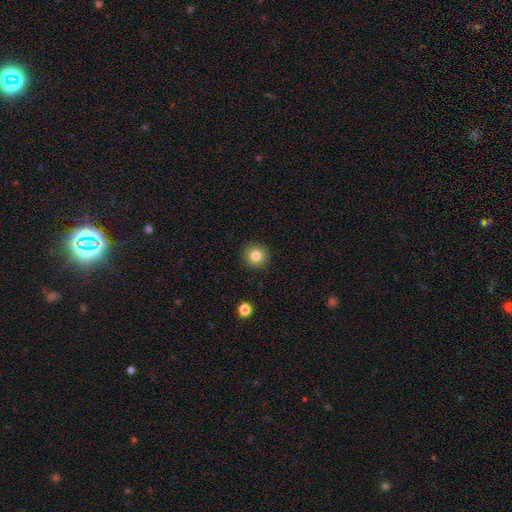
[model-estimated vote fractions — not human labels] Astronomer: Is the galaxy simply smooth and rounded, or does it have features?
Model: smooth — 82%.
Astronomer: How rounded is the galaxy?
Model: round — 95%.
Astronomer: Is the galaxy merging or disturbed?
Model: none — 92%.